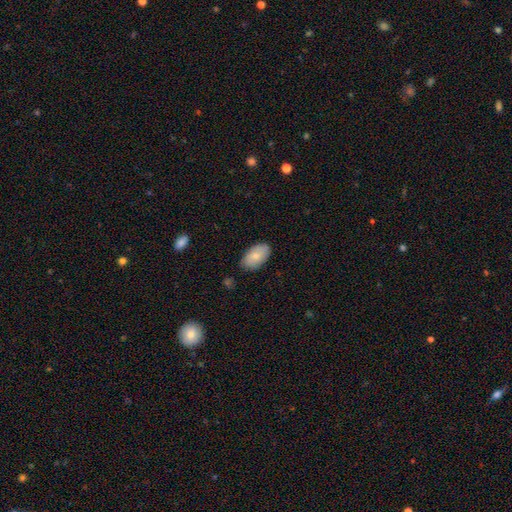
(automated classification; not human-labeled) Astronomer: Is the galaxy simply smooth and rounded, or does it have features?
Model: smooth — 81%.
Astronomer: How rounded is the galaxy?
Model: in between — 95%.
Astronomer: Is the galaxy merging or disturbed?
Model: none — 81%.